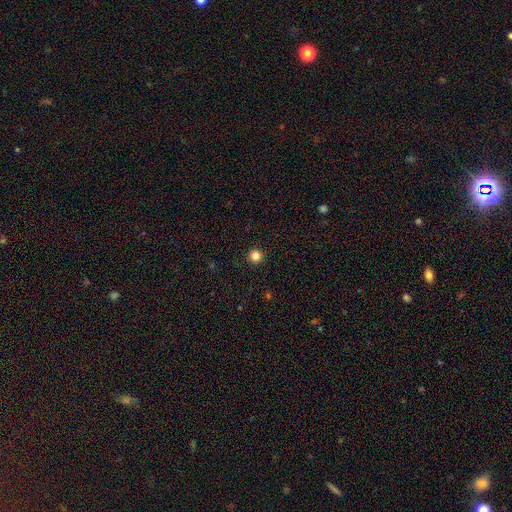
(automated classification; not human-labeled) The model was most divided on "smooth or featured": smooth: 84%, star or artifact: 13%, featured or disk: 4%. More confident: how rounded — round (96%); merging — none (94%).